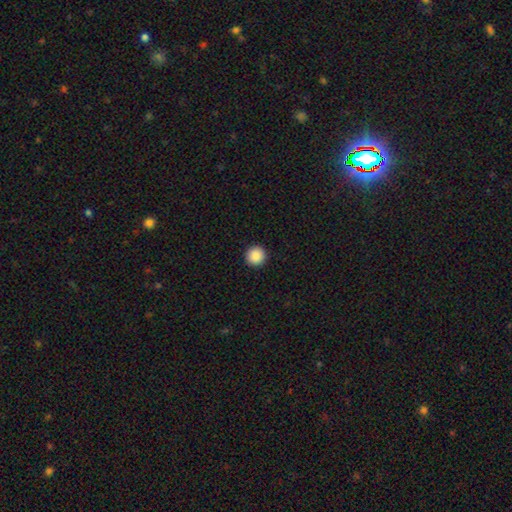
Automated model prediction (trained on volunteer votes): This is clearly a smooth galaxy (89%). How rounded: clearly round (96%). Merging: clearly none (93%).